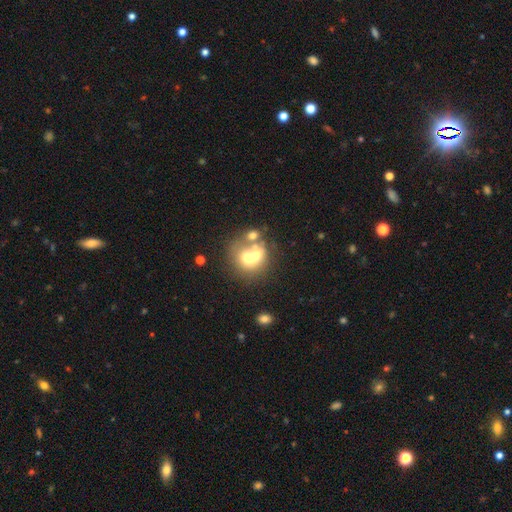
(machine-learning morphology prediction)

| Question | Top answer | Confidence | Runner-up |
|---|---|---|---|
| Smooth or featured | smooth | 54% | featured or disk (34%) |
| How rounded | round | 70% | in between (29%) |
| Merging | merger | 57% | none (26%) |